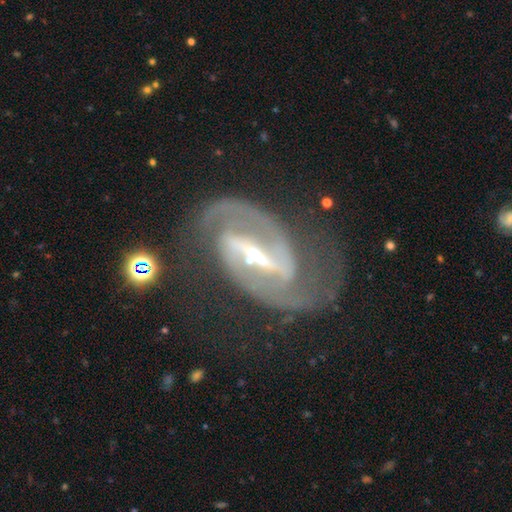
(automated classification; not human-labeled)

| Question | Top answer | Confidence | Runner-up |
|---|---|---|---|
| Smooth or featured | featured or disk | 89% | star or artifact (6%) |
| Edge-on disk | no | 97% | yes (3%) |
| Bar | strong | 74% | weak (20%) |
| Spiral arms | yes | 95% | no (5%) |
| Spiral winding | medium | 52% | loose (26%) |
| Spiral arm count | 2 | 92% | can't tell (3%) |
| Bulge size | small | 63% | moderate (26%) |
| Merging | none | 60% | minor disturbance (18%) |